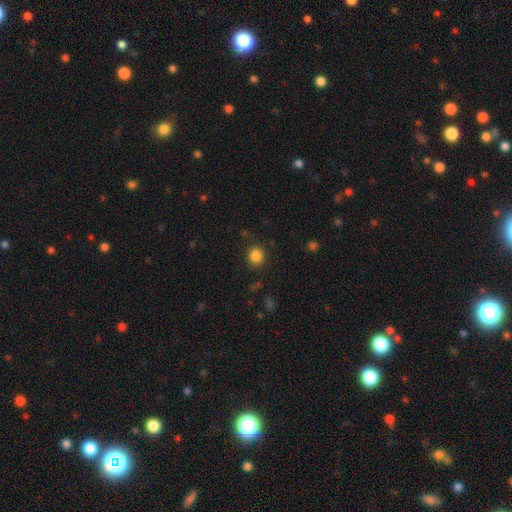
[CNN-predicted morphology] smooth_or_featured: smooth (p=0.84) [alt: star or artifact p=0.11]
how_rounded: round (p=0.82) [alt: in between p=0.17]
merging: none (p=0.87) [alt: minor disturbance p=0.09]